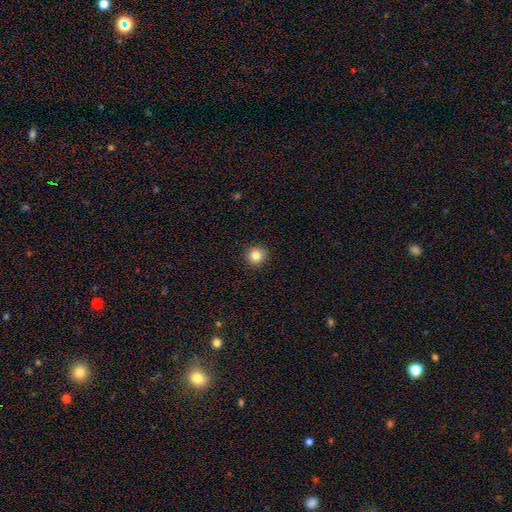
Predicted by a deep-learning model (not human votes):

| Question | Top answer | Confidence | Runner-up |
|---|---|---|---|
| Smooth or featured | smooth | 83% | star or artifact (11%) |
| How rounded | round | 92% | in between (7%) |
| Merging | none | 92% | minor disturbance (5%) |